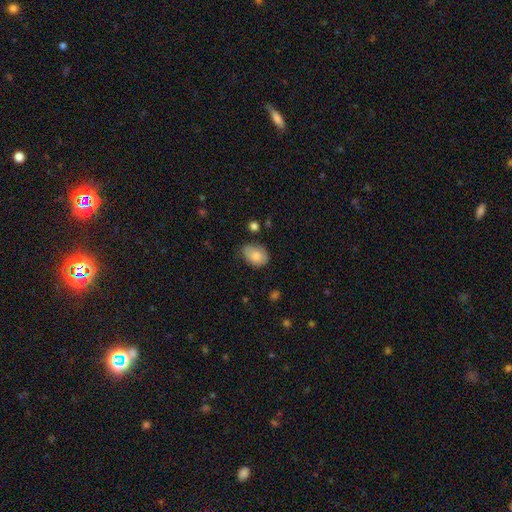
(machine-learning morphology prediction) Smooth or featured? smooth (82%)
How rounded? in between (78%)
Merging? none (61%)